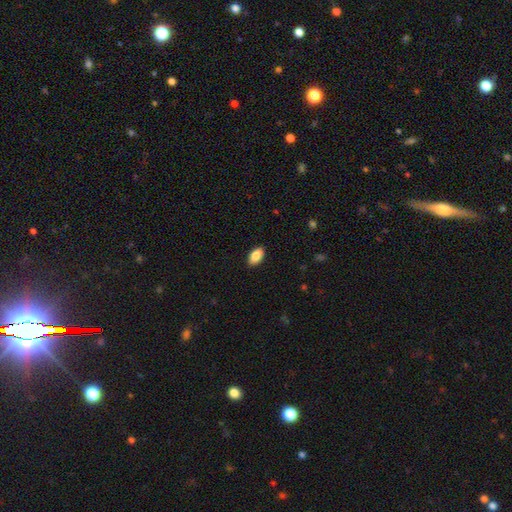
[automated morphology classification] A smooth galaxy with no disk features (86%) that is in between round and cigar-shaped (93%).

Vote fractions:
- Smooth or featured? smooth: 86% / featured or disk: 7% / star or artifact: 7%
- How rounded? in between: 93% / round: 5% / cigar-shaped: 2%
- Merging? none: 89% / minor disturbance: 9% / major disturbance: 2% / merger: 1%